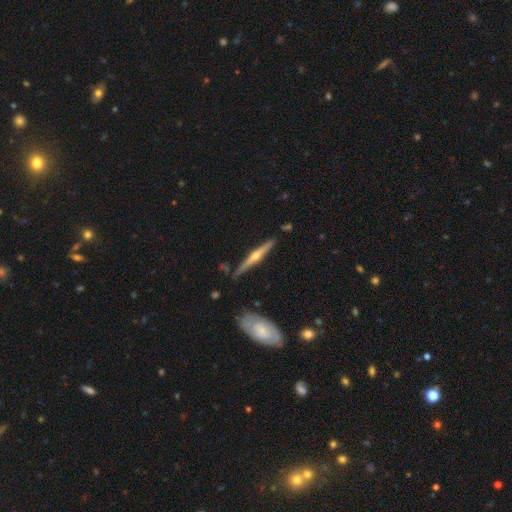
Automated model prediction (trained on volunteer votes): Smooth or featured? featured or disk (78%)
Edge-on disk? yes (97%)
Edge-on bulge? rounded (90%)
Merging? none (87%)